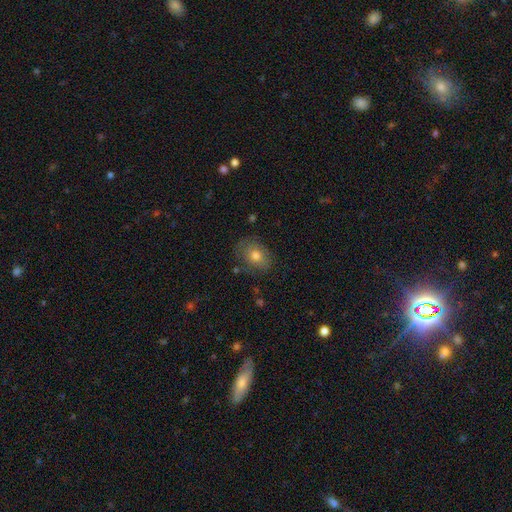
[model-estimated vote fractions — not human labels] Smooth or featured? Predicted: smooth (p=0.71). How rounded? Predicted: in between (p=0.63). Merging? Predicted: none (p=0.73).